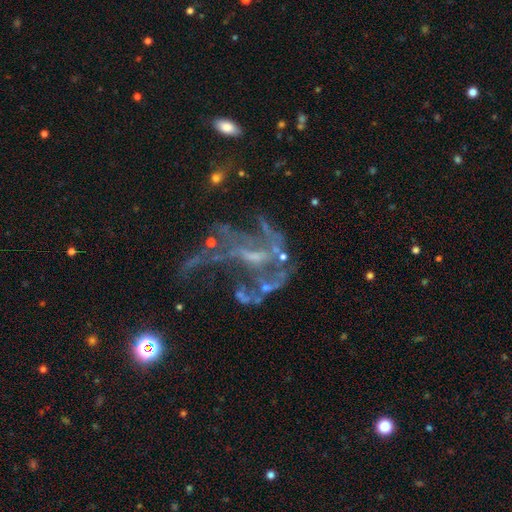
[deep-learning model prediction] Overall: featured or disk (76%). Edge-on disk: no (96%). Bar: no (45%; weak 38%). Spiral arms: yes (62%; no 38%). Bulge size: none (41%; small 39%). Merging: major disturbance (45%; none 31%).